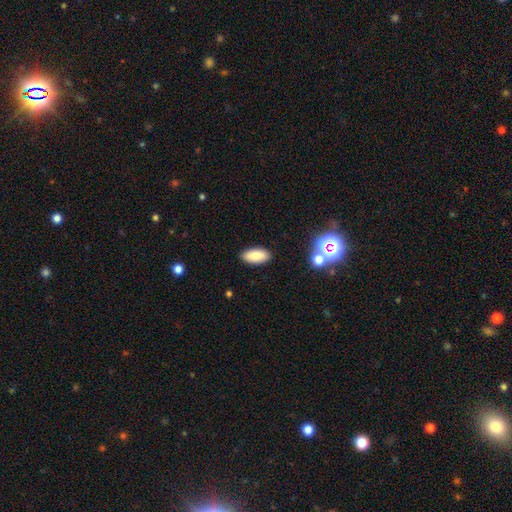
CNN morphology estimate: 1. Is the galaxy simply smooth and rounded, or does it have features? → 83% smooth, 8% star or artifact, 8% featured or disk.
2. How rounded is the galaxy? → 90% in between, 8% cigar-shaped, 2% round.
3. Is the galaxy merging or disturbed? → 88% none, 8% minor disturbance, 2% major disturbance, 1% merger.